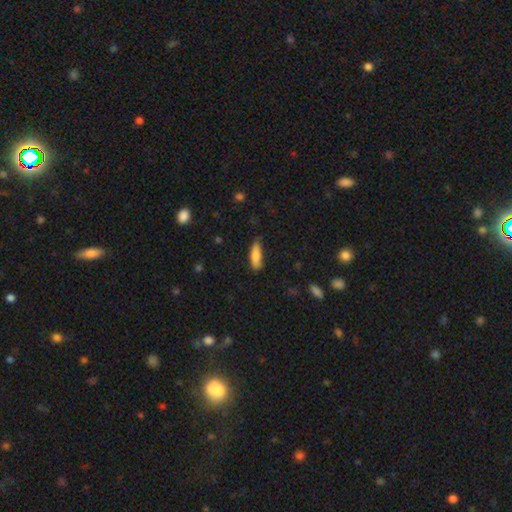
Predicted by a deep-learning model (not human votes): A smooth galaxy with no disk features (82%) that is in between round and cigar-shaped (51%). Merging: none (66%).